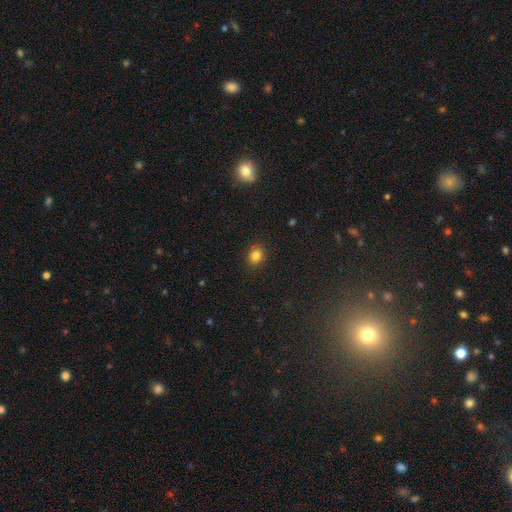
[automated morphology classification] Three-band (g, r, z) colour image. It shows a smooth galaxy with no disk features (82%) that is round (64%). Merging: none (87%).